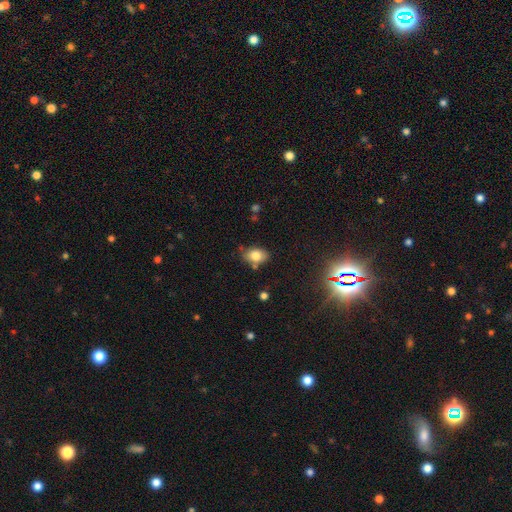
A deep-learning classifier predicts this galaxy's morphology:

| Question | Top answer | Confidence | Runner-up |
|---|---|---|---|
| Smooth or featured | smooth | 79% | featured or disk (11%) |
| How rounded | in between | 82% | round (16%) |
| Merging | none | 73% | minor disturbance (17%) |